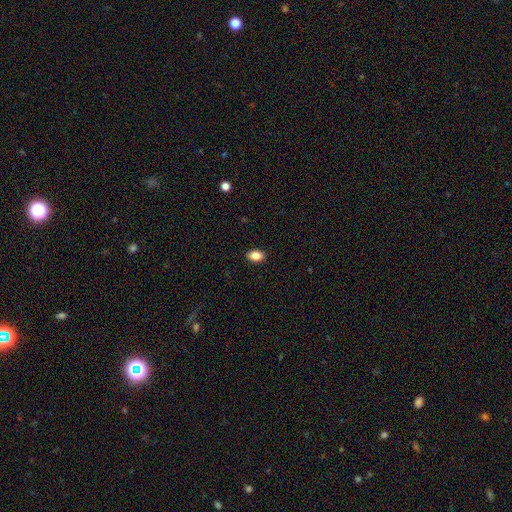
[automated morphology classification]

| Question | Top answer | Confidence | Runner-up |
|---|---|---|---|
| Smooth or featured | smooth | 86% | star or artifact (8%) |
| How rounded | in between | 85% | round (13%) |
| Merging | none | 90% | minor disturbance (8%) |